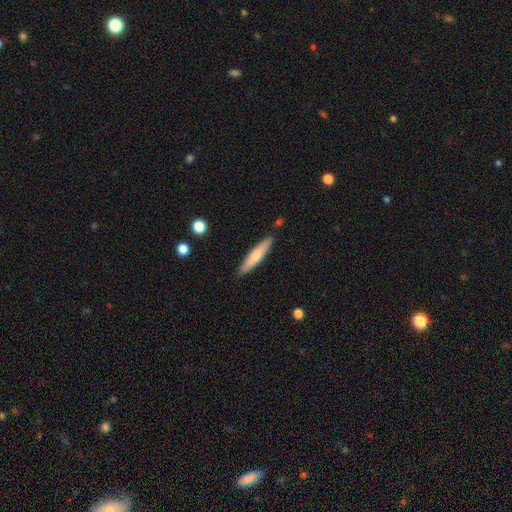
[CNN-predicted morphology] Smooth or featured? smooth (69%)
How rounded? cigar-shaped (86%)
Merging? none (87%)